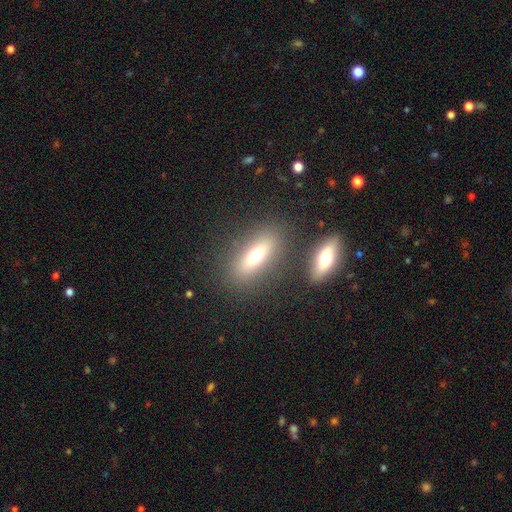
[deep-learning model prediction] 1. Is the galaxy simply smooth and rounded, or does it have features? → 66% smooth, 24% featured or disk, 10% star or artifact.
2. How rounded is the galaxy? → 70% in between, 25% cigar-shaped, 6% round.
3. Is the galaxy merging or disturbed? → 76% none, 10% merger, 10% minor disturbance, 4% major disturbance.